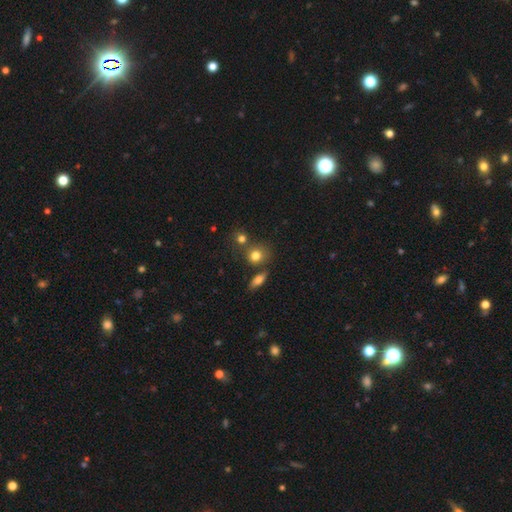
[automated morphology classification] Q: Smooth or featured?
A: smooth (78%); runner-up: star or artifact (13%)
Q: How rounded?
A: round (73%); runner-up: in between (25%)
Q: Merging?
A: none (61%); runner-up: merger (23%)